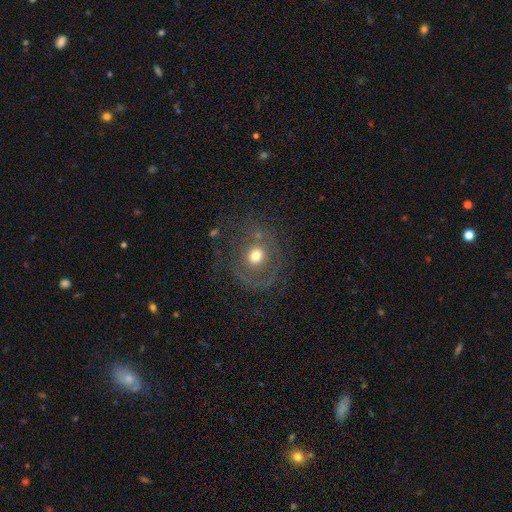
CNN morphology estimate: Overall: smooth (51%; featured or disk 36%). How rounded: round (77%). Merging: none (65%).